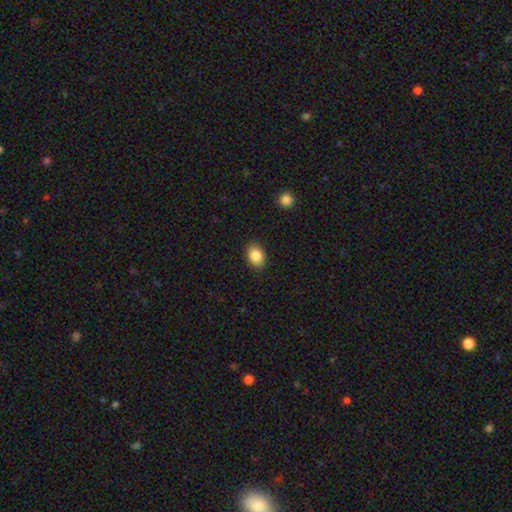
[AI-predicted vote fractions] A smooth galaxy with no disk features (86%) that is in between round and cigar-shaped (71%). Merging: none (87%).